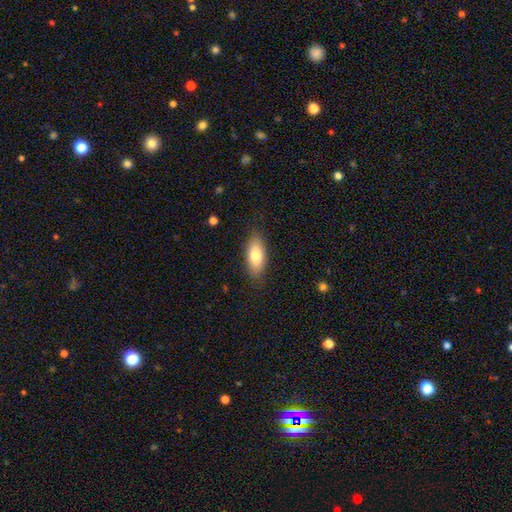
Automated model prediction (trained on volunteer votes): This is likely a smooth galaxy (77%). How rounded: clearly in between (83%). Merging: clearly none (84%).